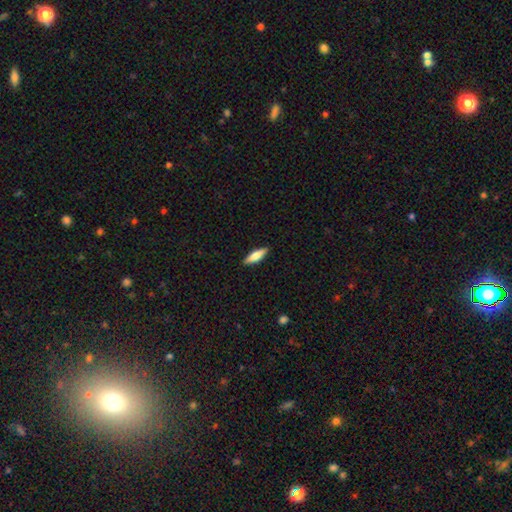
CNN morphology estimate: Smooth or featured? Predicted: smooth (p=0.67). How rounded? Predicted: cigar-shaped (p=0.54). Merging? Predicted: none (p=0.90).